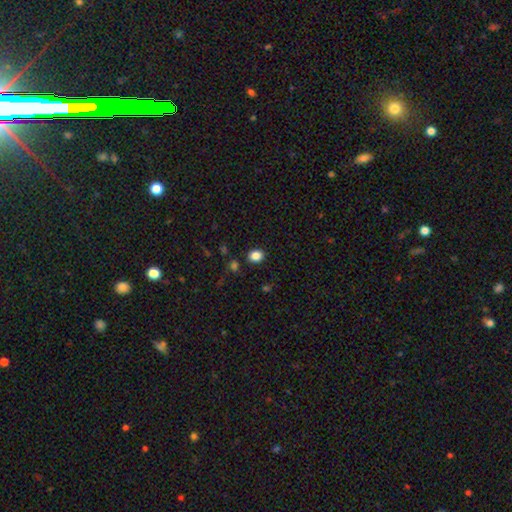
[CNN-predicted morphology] smooth 85%, star or artifact 11%, featured or disk 4%. Down the decision tree: how rounded — round (57%); merging — none (87%).